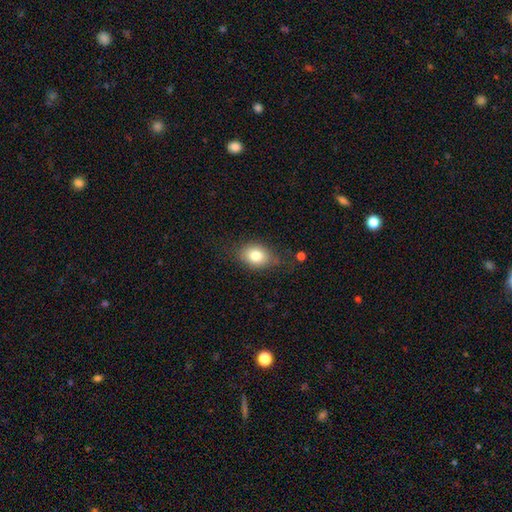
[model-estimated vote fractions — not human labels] smooth-or-featured: smooth: 80% | featured or disk: 11% | star or artifact: 9%
  how-rounded: in between: 66% | round: 33% | cigar-shaped: 1%
  merging: none: 74% | minor disturbance: 19% | major disturbance: 6% | merger: 2%